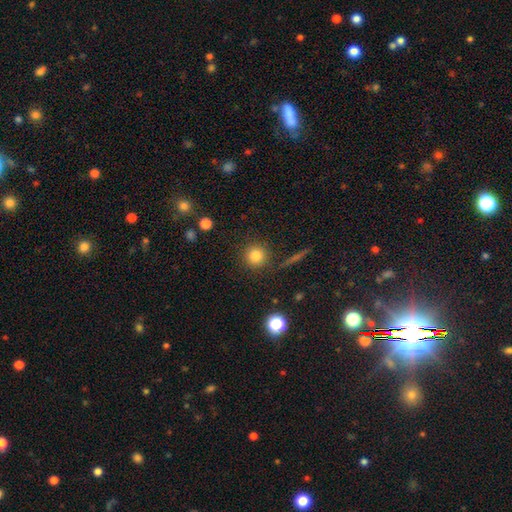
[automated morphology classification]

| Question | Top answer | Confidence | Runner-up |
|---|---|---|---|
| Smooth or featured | smooth | 82% | star or artifact (11%) |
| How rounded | round | 94% | in between (5%) |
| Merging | none | 88% | minor disturbance (7%) |